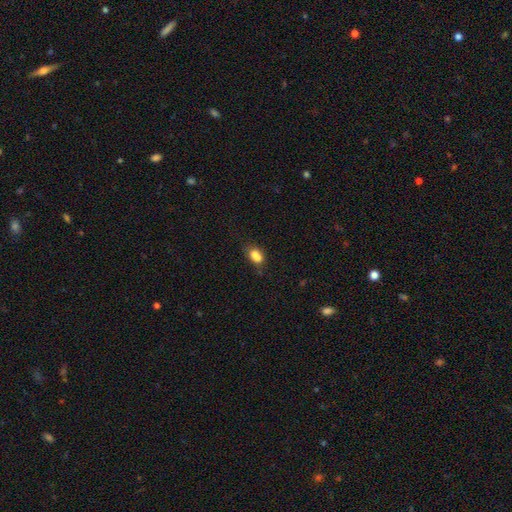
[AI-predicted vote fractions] Overall: smooth (77%). How rounded: in between (72%). Merging: none (43%; merger 29%).